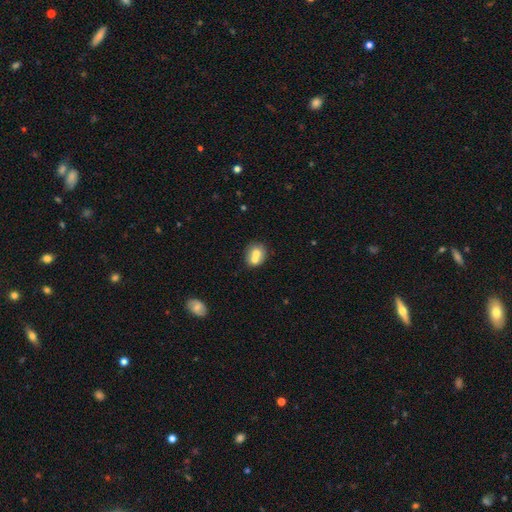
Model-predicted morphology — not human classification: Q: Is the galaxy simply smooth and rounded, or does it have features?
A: smooth — 67%.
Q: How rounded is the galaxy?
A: round — 71%.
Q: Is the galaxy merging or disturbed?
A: merger — 55%.